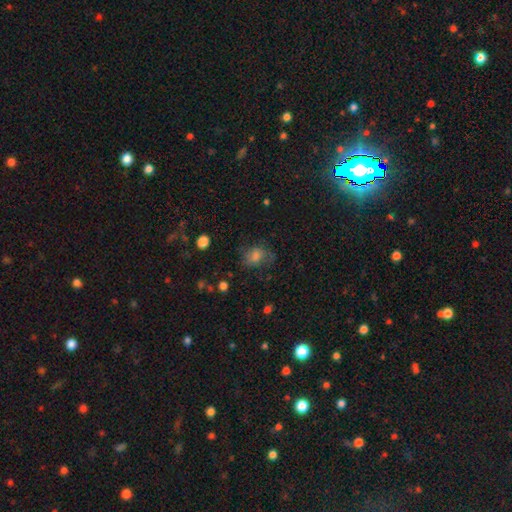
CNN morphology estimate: This appears to be a smooth galaxy with no disk features (56%) that is in between round and cigar-shaped (57%). Merging: none (62%).